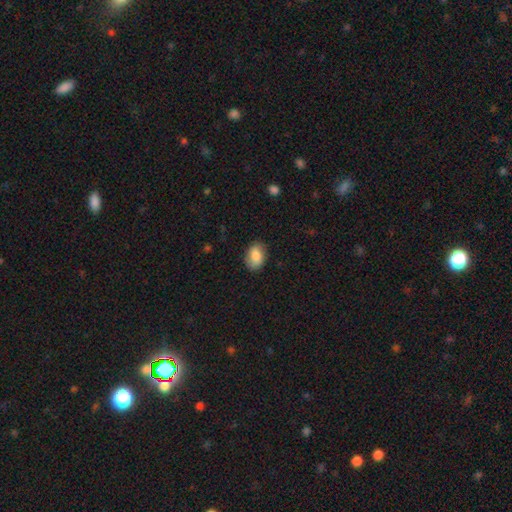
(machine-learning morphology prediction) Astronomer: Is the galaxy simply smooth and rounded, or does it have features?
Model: smooth — 84%.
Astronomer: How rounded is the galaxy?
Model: in between — 84%.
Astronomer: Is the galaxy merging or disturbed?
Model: none — 83%.